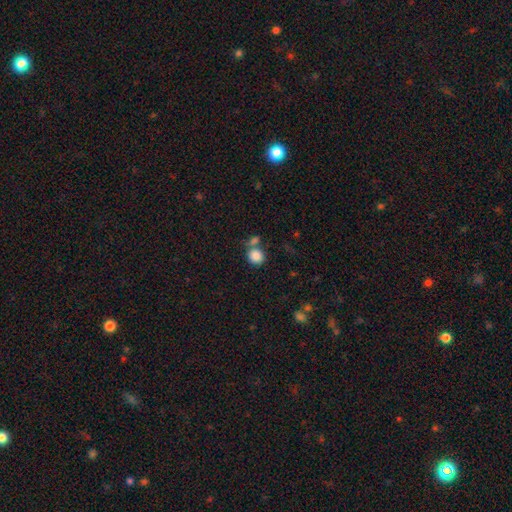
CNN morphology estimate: Smooth or featured? Predicted: smooth (p=0.85). How rounded? Predicted: round (p=0.85). Merging? Predicted: none (p=0.56).